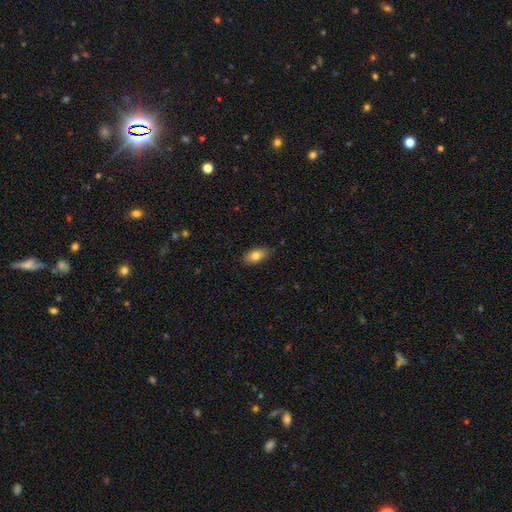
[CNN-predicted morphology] Overall: smooth (79%). How rounded: in between (90%). Merging: none (83%).